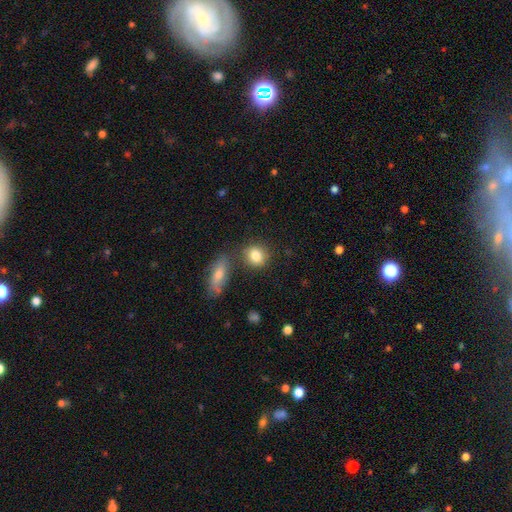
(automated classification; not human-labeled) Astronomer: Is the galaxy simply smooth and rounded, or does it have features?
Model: smooth — 83%.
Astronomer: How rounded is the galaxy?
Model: round — 64%.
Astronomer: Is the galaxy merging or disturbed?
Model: none — 71%.